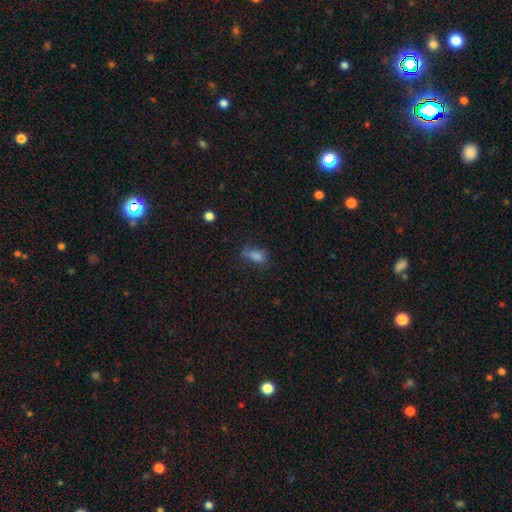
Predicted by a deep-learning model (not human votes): smooth-or-featured: smooth: 75% | star or artifact: 15% | featured or disk: 11%
  how-rounded: in between: 74% | cigar-shaped: 18% | round: 7%
  merging: none: 50% | minor disturbance: 30% | major disturbance: 16% | merger: 4%